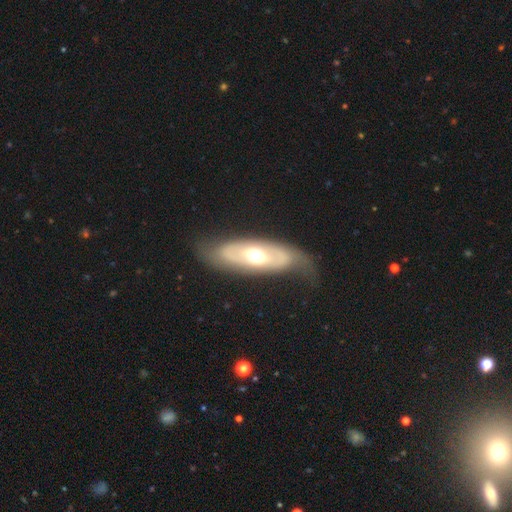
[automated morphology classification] smooth_or_featured: featured or disk (p=0.61) [alt: smooth p=0.33]
disk_edge_on: no (p=0.81) [alt: yes p=0.19]
merging: none (p=0.64) [alt: minor disturbance p=0.21]